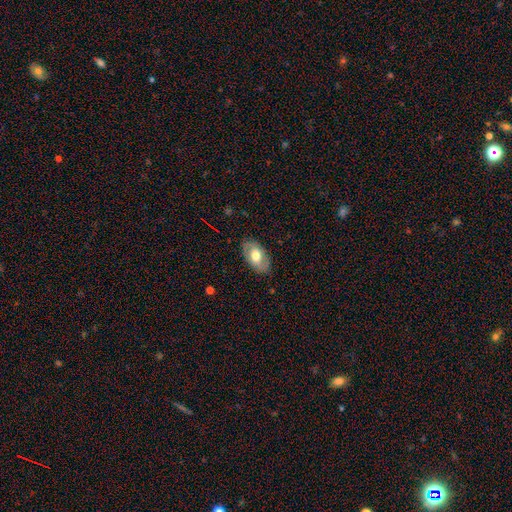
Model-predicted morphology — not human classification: type=smooth (53%); roundness=in between (92%); merging=none (82%).